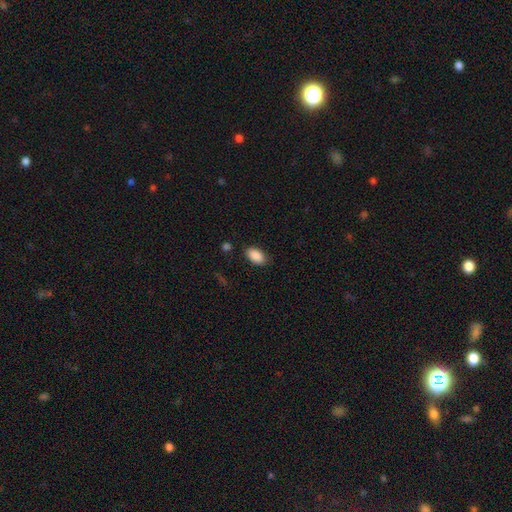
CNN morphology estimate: Overall: smooth (89%). How rounded: in between (93%). Merging: none (81%).